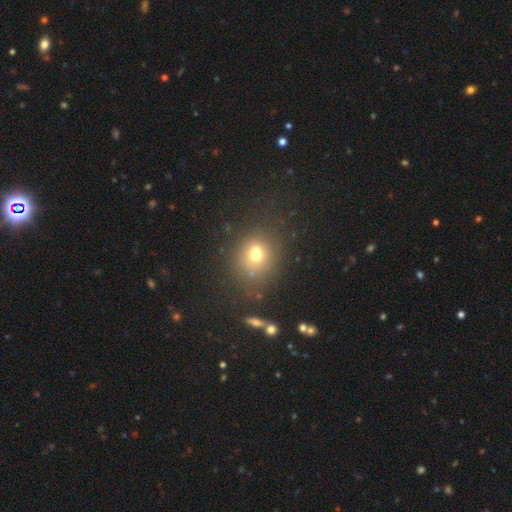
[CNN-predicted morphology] smooth_or_featured: smooth (p=0.67) [alt: star or artifact p=0.18]
how_rounded: round (p=0.69) [alt: in between p=0.29]
merging: none (p=0.61) [alt: merger p=0.19]